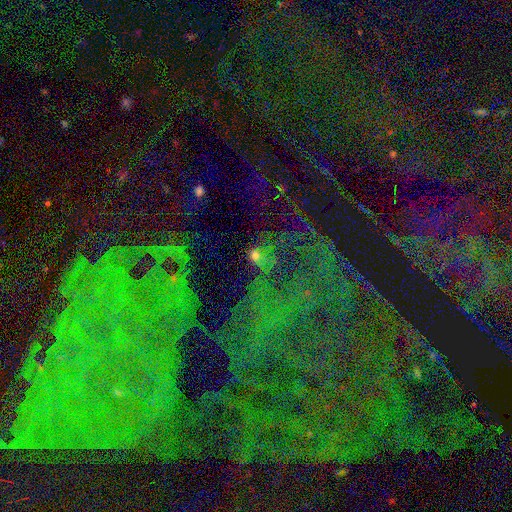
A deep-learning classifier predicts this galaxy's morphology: A star or artifact, not a galaxy (45%).